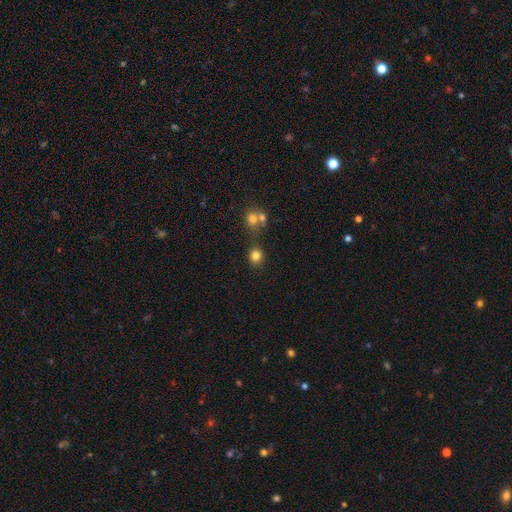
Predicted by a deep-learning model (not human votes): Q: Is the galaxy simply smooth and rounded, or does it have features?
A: smooth — 81%.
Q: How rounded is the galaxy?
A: round — 84%.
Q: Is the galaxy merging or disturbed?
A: none — 72%.